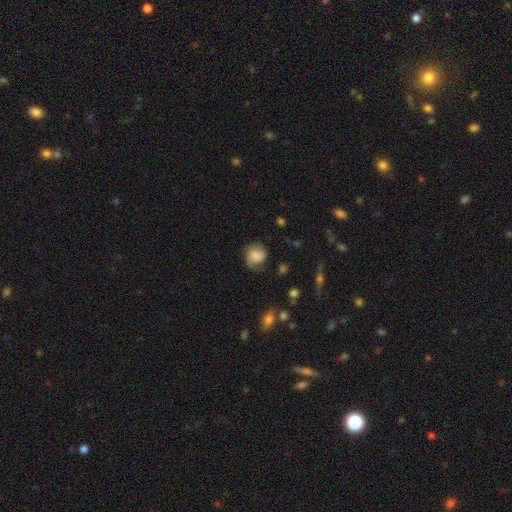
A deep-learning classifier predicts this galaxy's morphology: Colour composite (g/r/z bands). It shows a smooth galaxy with no disk features (54%) that is round (71%). Merging: none (54%).